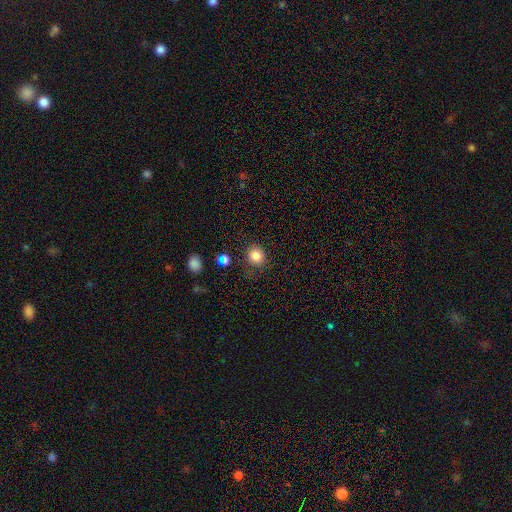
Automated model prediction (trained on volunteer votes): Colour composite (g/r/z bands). It shows a smooth galaxy with no disk features (84%) that is round (84%). Merging: none (81%).